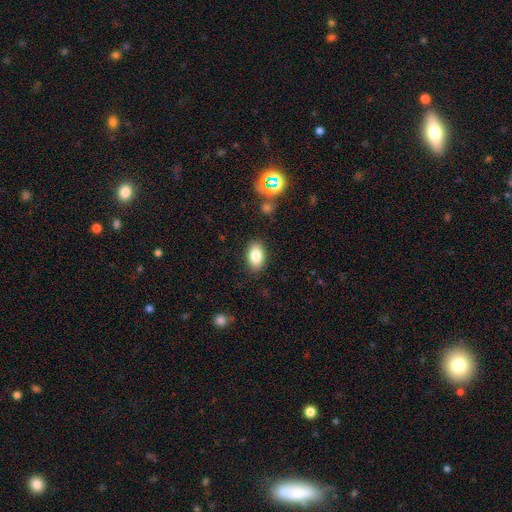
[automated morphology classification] A smooth galaxy with no disk features (83%) that is in between round and cigar-shaped (91%).

Vote fractions:
- Smooth or featured? smooth: 83% / star or artifact: 9% / featured or disk: 8%
- How rounded? in between: 91% / round: 7% / cigar-shaped: 2%
- Merging? none: 86% / minor disturbance: 10% / major disturbance: 3% / merger: 2%